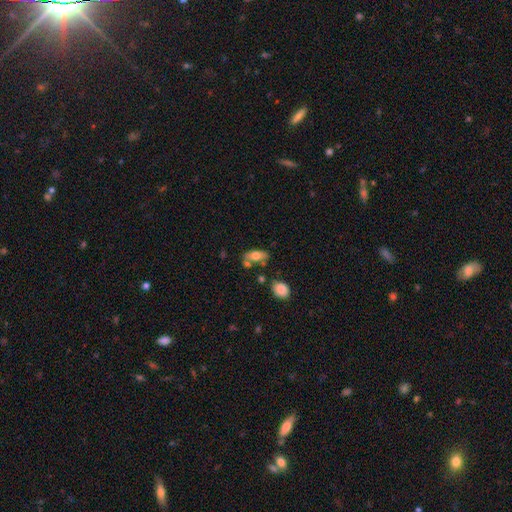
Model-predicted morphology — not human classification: A smooth galaxy with no disk features (65%) that is in between round and cigar-shaped (81%).

Vote fractions:
- Smooth or featured? smooth: 65% / featured or disk: 27% / star or artifact: 8%
- How rounded? in between: 81% / cigar-shaped: 14% / round: 5%
- Merging? none: 62% / minor disturbance: 18% / merger: 15% / major disturbance: 5%